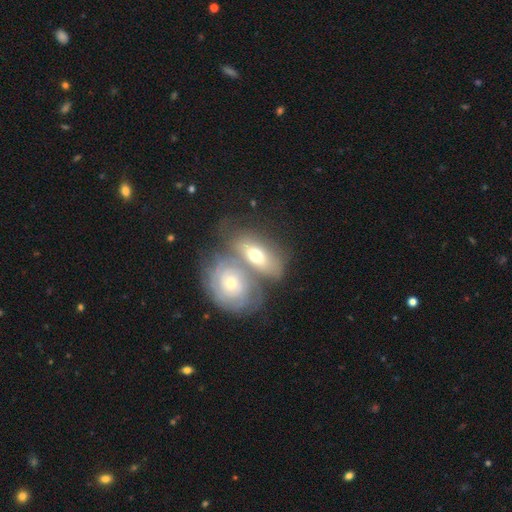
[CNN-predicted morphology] Smooth or featured? Predicted: featured or disk (p=0.55). Edge-on disk? Predicted: no (p=0.87). Merging? Predicted: merger (p=0.50).